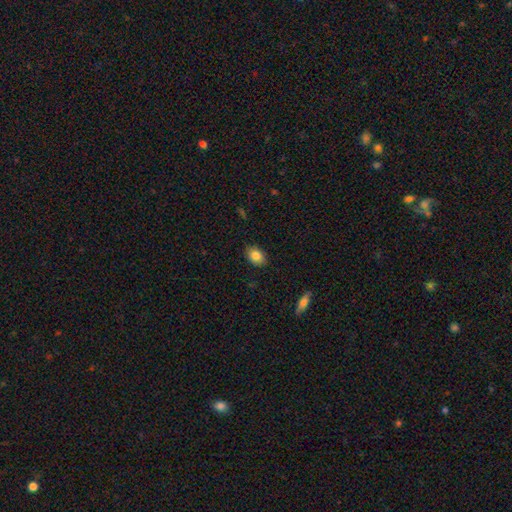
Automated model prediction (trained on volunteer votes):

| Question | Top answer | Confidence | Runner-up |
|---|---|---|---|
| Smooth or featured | smooth | 85% | star or artifact (8%) |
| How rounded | in between | 75% | round (24%) |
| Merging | none | 86% | minor disturbance (11%) |